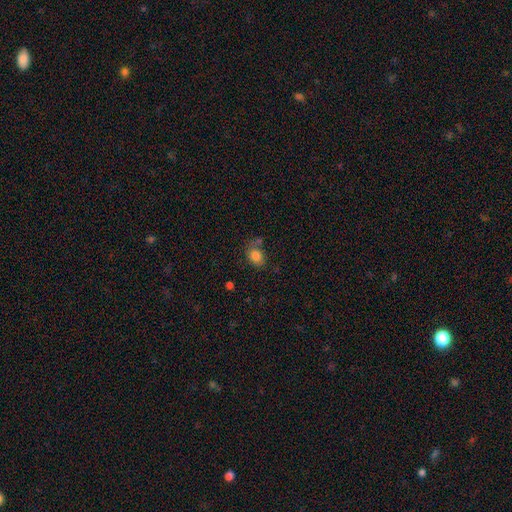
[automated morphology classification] type=smooth (82%); roundness=in between (61%); merging=none (58%).